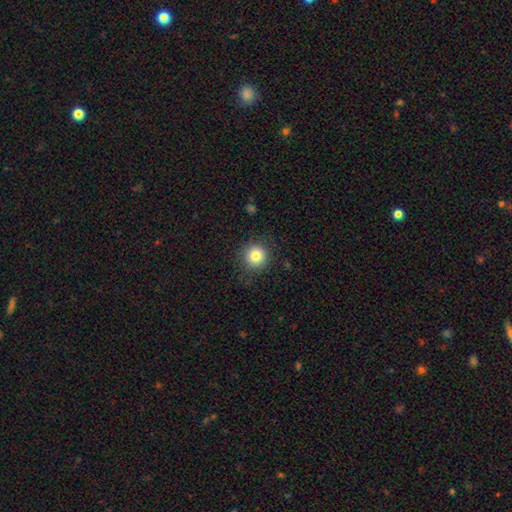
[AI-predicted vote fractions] A smooth galaxy with no disk features (82%) that is round (94%).

Vote fractions:
- Smooth or featured? smooth: 82% / star or artifact: 11% / featured or disk: 7%
- How rounded? round: 94% / in between: 5% / cigar-shaped: 1%
- Merging? none: 86% / minor disturbance: 10% / major disturbance: 3% / merger: 1%